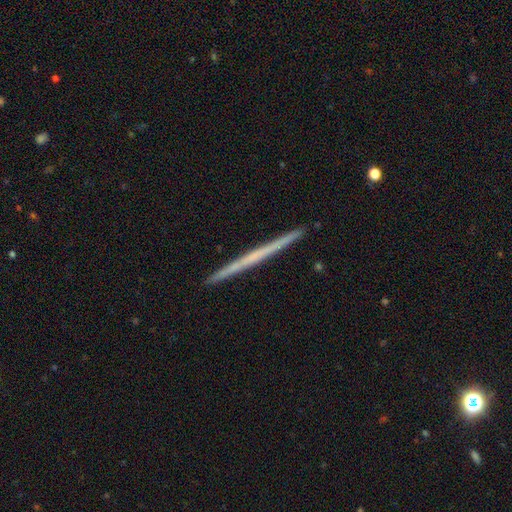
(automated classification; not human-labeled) Q: Smooth or featured?
A: featured or disk (59%); runner-up: smooth (35%)
Q: Edge-on disk?
A: yes (98%); runner-up: no (2%)
Q: Edge-on bulge?
A: none (90%); runner-up: rounded (7%)
Q: Merging?
A: none (93%); runner-up: minor disturbance (5%)